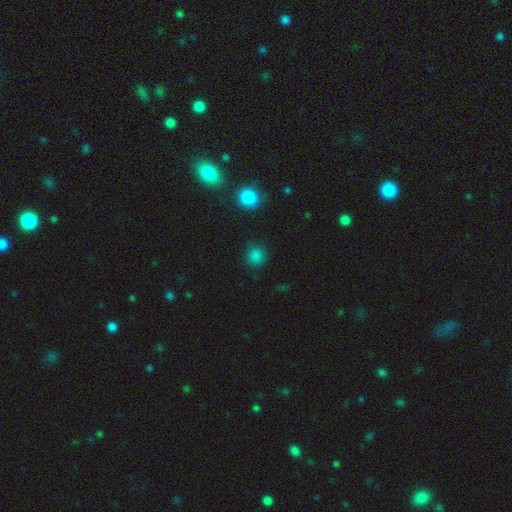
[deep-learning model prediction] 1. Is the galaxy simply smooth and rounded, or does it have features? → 82% smooth, 14% star or artifact, 4% featured or disk.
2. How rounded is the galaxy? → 89% round, 10% in between, 1% cigar-shaped.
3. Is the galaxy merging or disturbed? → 83% none, 11% minor disturbance, 3% major disturbance, 3% merger.